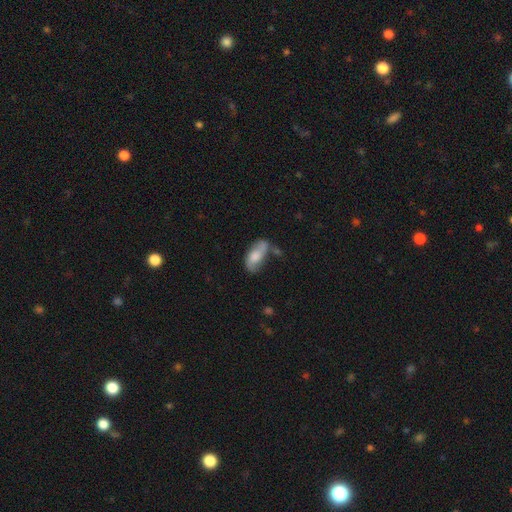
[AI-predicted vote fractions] A smooth galaxy with no disk features (49%).

Vote fractions:
- Smooth or featured? smooth: 49% / featured or disk: 44% / star or artifact: 8%
- Merging? none: 46% / minor disturbance: 26% / merger: 15% / major disturbance: 12%